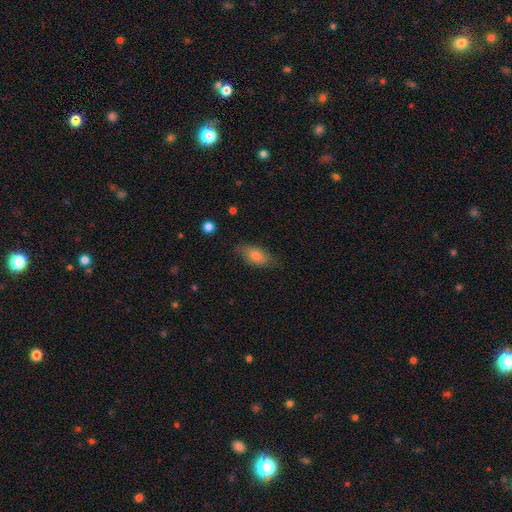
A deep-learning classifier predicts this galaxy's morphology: smooth-or-featured: smooth: 72% | featured or disk: 21% | star or artifact: 8%
  how-rounded: in between: 86% | cigar-shaped: 10% | round: 4%
  merging: none: 73% | minor disturbance: 21% | major disturbance: 5% | merger: 1%